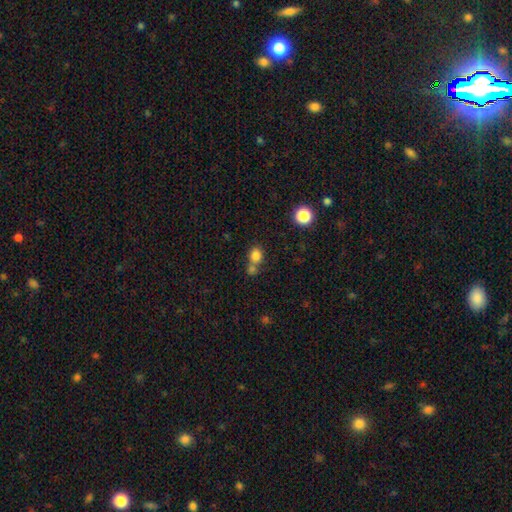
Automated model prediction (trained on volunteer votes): A smooth galaxy with no disk features (81%) that is round (67%).

Vote fractions:
- Smooth or featured? smooth: 81% / star or artifact: 12% / featured or disk: 7%
- How rounded? round: 67% / in between: 32% / cigar-shaped: 1%
- Merging? none: 48% / merger: 39% / minor disturbance: 9% / major disturbance: 4%